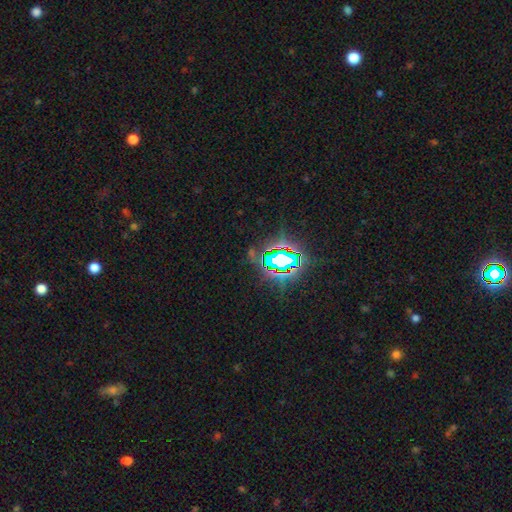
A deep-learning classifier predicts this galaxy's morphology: Overall: star or artifact (81%).